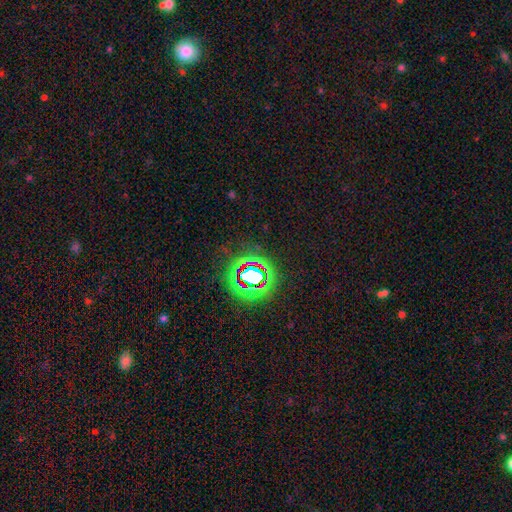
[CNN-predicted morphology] Smooth or featured?
  - star or artifact: 78% *
  - smooth: 14%
  - featured or disk: 8%